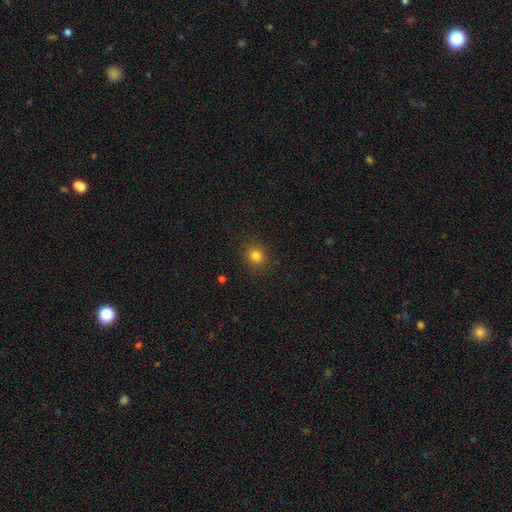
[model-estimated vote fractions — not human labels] Morphology: type=smooth (82%); roundness=round (79%); merging=none (90%).